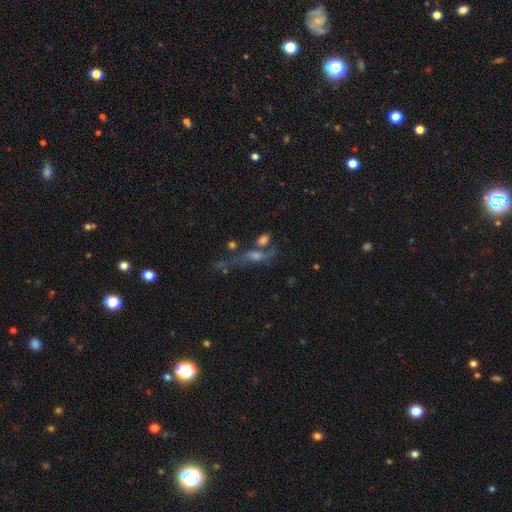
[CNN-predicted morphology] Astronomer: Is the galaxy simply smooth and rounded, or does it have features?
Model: featured or disk — 48% (runner-up: smooth, 29%).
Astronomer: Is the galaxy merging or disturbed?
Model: none — 34% (runner-up: merger, 30%).